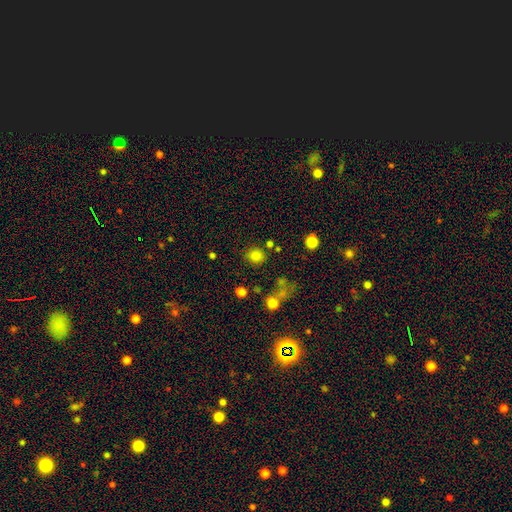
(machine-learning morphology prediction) smooth-or-featured: smooth: 80% | star or artifact: 14% | featured or disk: 6%
  how-rounded: round: 81% | in between: 18% | cigar-shaped: 1%
  merging: none: 79% | minor disturbance: 10% | merger: 6% | major disturbance: 5%